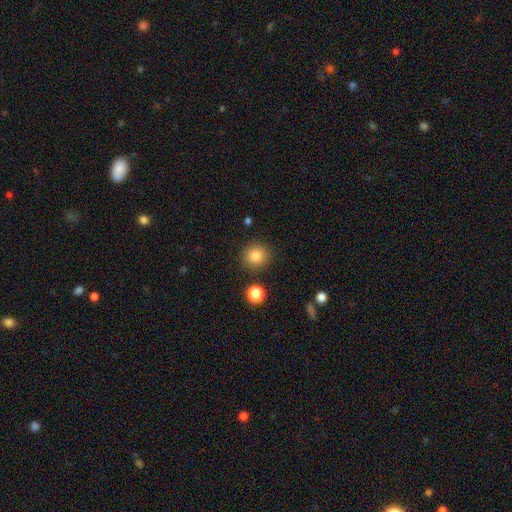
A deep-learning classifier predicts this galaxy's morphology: smooth_or_featured: smooth (p=0.84) [alt: star or artifact p=0.11]
how_rounded: round (p=0.91) [alt: in between p=0.08]
merging: none (p=0.88) [alt: minor disturbance p=0.07]